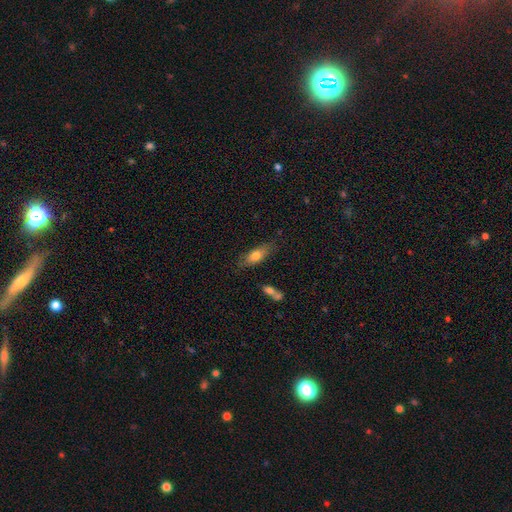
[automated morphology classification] Overall: smooth (70%). How rounded: in between (64%; cigar-shaped 33%). Merging: none (73%).